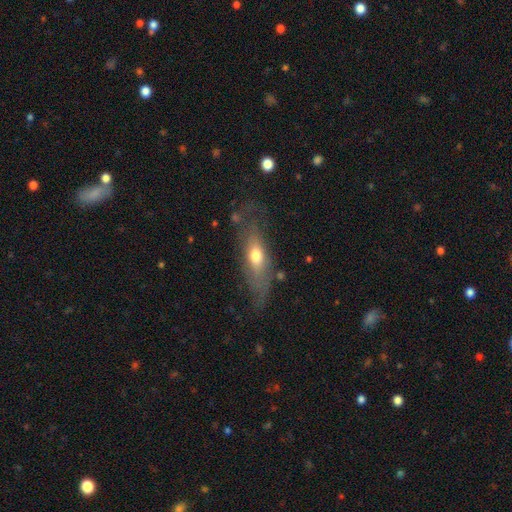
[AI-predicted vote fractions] Smooth or featured: smooth — 50% (featured or disk — 43%)
Merging: none — 65% (minor disturbance — 21%)